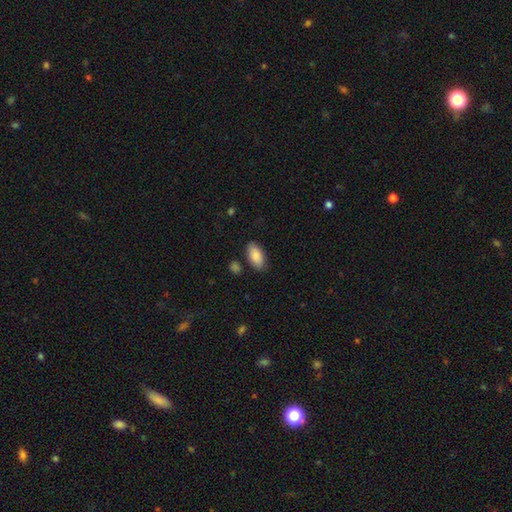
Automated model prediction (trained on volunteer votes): smooth-or-featured: smooth: 87% | featured or disk: 7% | star or artifact: 6%
  how-rounded: in between: 94% | cigar-shaped: 3% | round: 2%
  merging: none: 82% | minor disturbance: 12% | major disturbance: 3% | merger: 3%